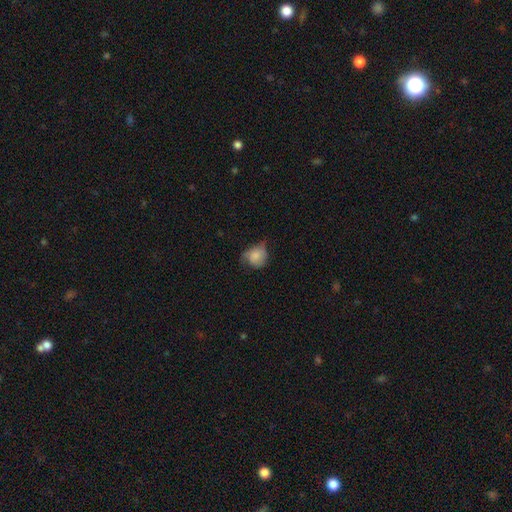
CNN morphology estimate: smooth_or_featured: smooth (p=0.67) [alt: featured or disk p=0.25]
how_rounded: round (p=0.62) [alt: in between p=0.37]
merging: minor disturbance (p=0.40) [alt: none p=0.37]